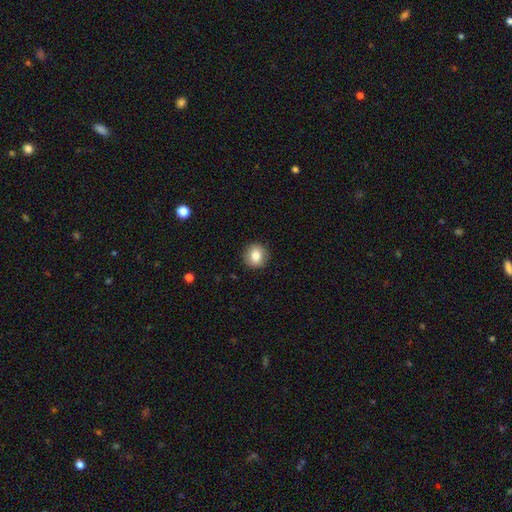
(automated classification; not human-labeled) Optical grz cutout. It shows a smooth galaxy with no disk features (83%) that is round (85%). Merging: none (90%).